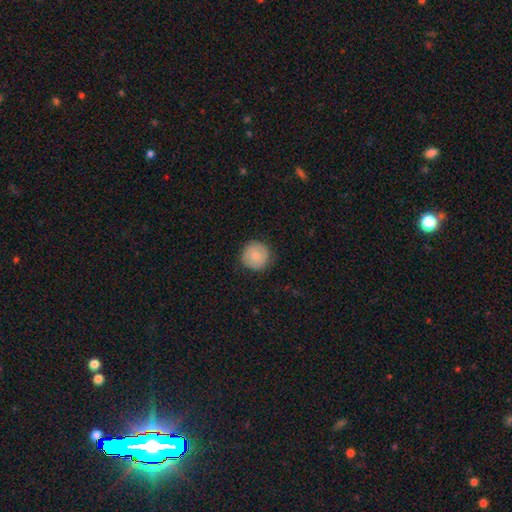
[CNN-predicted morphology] Smooth or featured?
  - smooth: 74% *
  - featured or disk: 19%
  - star or artifact: 7%
How rounded?
  - round: 94% *
  - in between: 5%
  - cigar-shaped: 1%
Merging?
  - none: 83% *
  - minor disturbance: 13%
  - major disturbance: 3%
  - merger: 1%